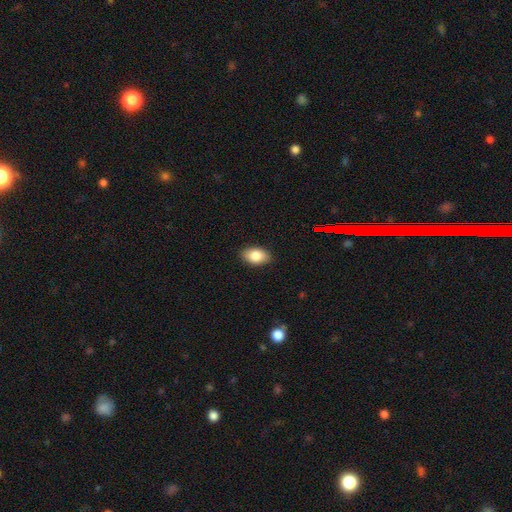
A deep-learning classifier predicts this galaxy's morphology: Smooth or featured? Predicted: smooth (p=0.85). How rounded? Predicted: in between (p=0.90). Merging? Predicted: none (p=0.89).